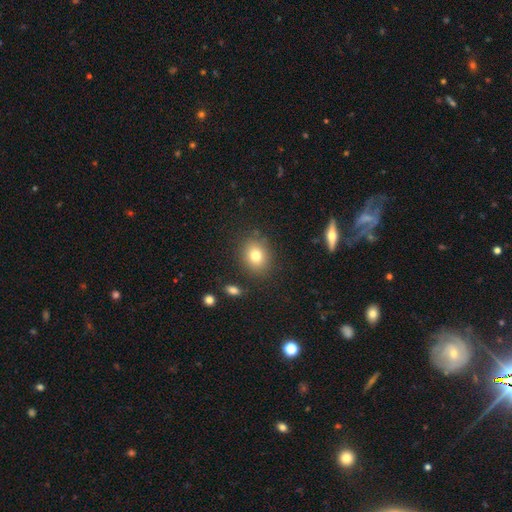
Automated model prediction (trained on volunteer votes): Smooth or featured?
  - smooth: 79% *
  - star or artifact: 11%
  - featured or disk: 10%
How rounded?
  - round: 56% *
  - in between: 43%
  - cigar-shaped: 1%
Merging?
  - none: 84% *
  - minor disturbance: 10%
  - major disturbance: 3%
  - merger: 3%